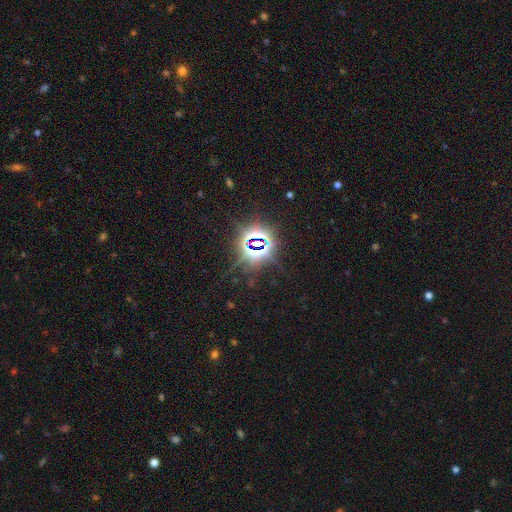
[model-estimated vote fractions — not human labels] Morphology: type=star or artifact (84%).